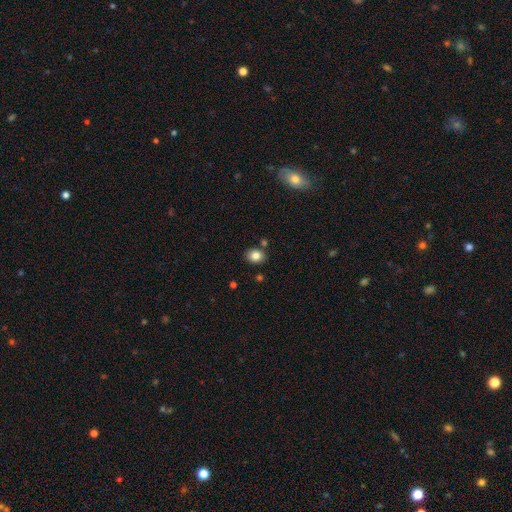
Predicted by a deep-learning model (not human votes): A smooth galaxy with no disk features (83%) that is round (52%).

Vote fractions:
- Smooth or featured? smooth: 83% / star or artifact: 10% / featured or disk: 7%
- How rounded? round: 52% / in between: 47% / cigar-shaped: 1%
- Merging? none: 82% / minor disturbance: 10% / merger: 6% / major disturbance: 3%